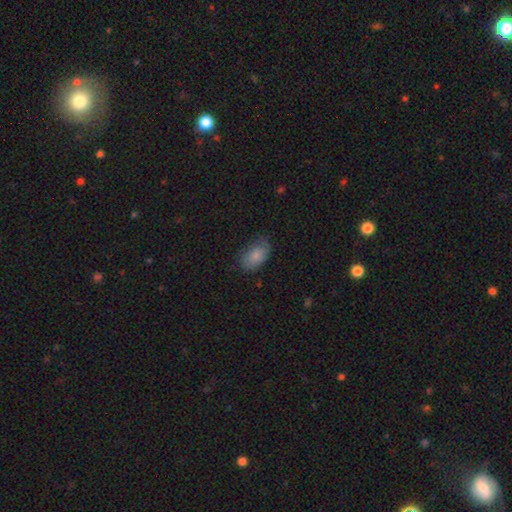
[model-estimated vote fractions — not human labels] smooth-or-featured: smooth: 83% | featured or disk: 10% | star or artifact: 7%
  how-rounded: in between: 92% | round: 7% | cigar-shaped: 2%
  merging: none: 67% | minor disturbance: 26% | major disturbance: 6% | merger: 1%